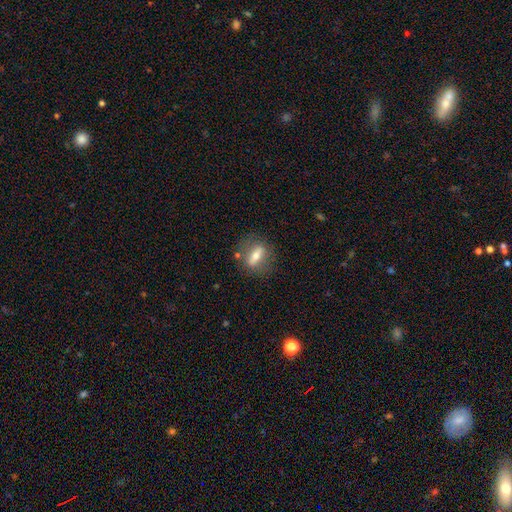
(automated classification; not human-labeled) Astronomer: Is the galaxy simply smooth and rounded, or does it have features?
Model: smooth — 51% (runner-up: featured or disk, 40%).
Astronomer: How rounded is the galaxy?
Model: in between — 50% (runner-up: cigar-shaped, 33%).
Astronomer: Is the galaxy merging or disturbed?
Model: none — 79%.